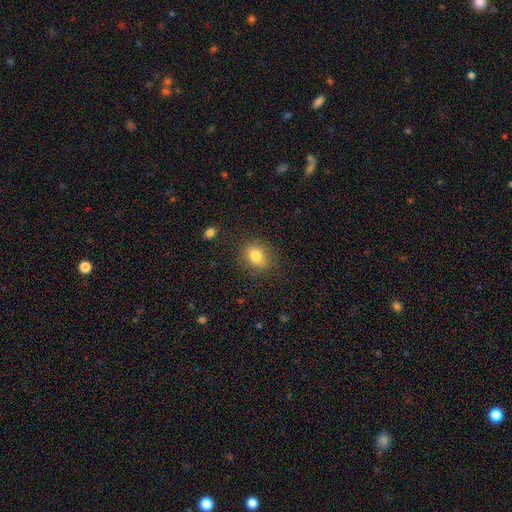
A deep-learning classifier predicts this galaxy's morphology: Q: Smooth or featured?
A: smooth (81%); runner-up: star or artifact (10%)
Q: How rounded?
A: round (53%); runner-up: in between (46%)
Q: Merging?
A: none (83%); runner-up: minor disturbance (12%)